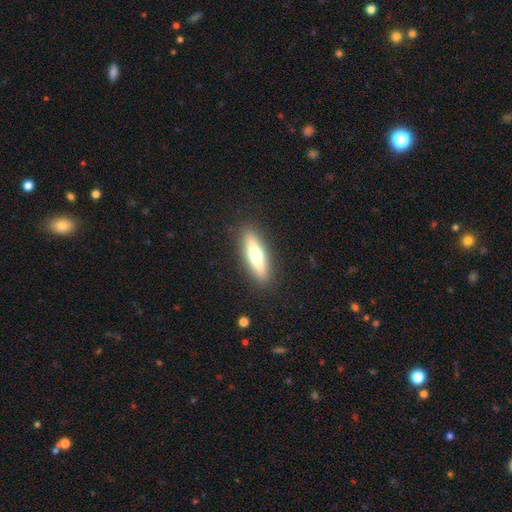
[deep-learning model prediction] Smooth or featured: smooth — 50% (featured or disk — 44%)
Merging: none — 89% (minor disturbance — 8%)